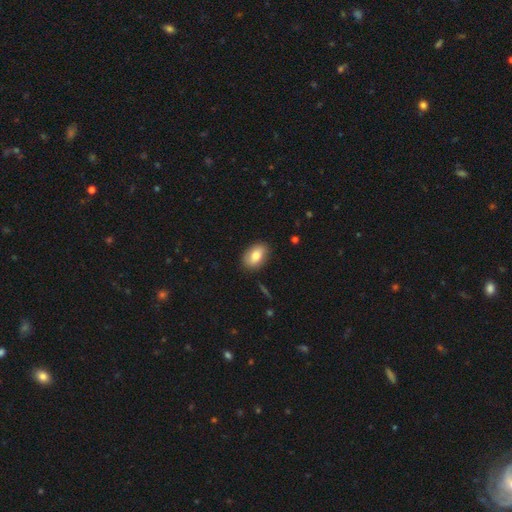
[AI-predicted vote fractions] Smooth or featured: smooth — 78% (featured or disk — 15%)
How rounded: in between — 87% (round — 11%)
Merging: none — 85% (minor disturbance — 11%)